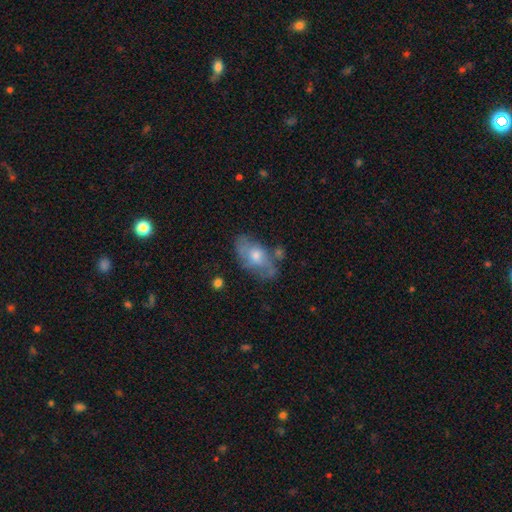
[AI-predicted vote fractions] This is possibly a featured or disk galaxy (47%). Merging: possibly none (55%).